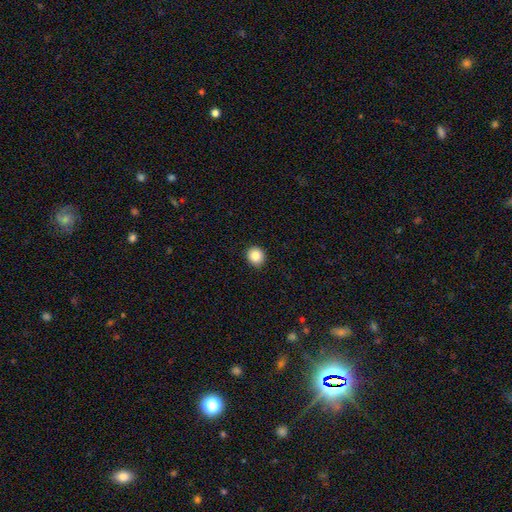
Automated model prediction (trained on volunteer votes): Smooth or featured: smooth — 86% (star or artifact — 9%)
How rounded: round — 90% (in between — 9%)
Merging: none — 92% (minor disturbance — 5%)